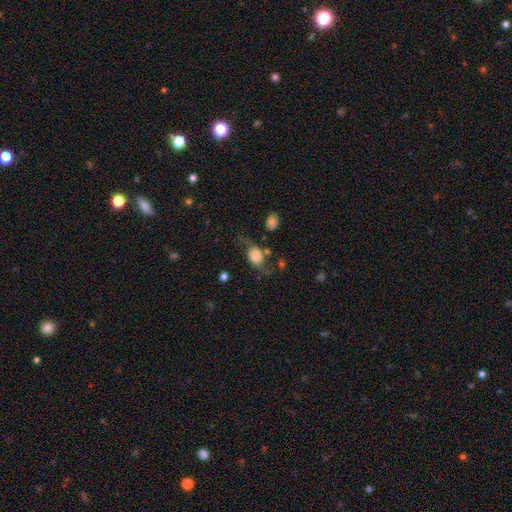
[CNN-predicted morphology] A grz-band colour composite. It shows a featured or disk galaxy (52%). Merging: none (53%).